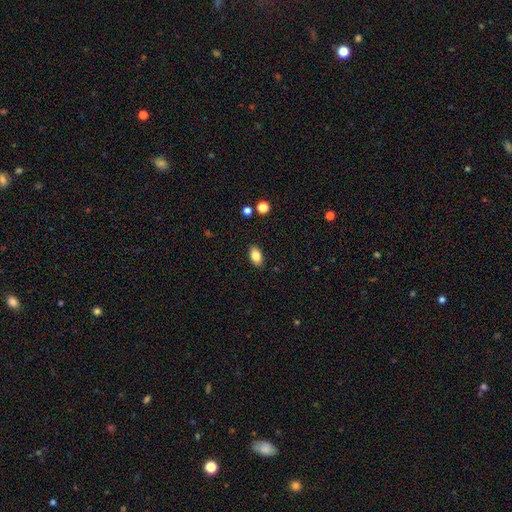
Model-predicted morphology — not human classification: smooth_or_featured: smooth (p=0.84) [alt: star or artifact p=0.09]
how_rounded: in between (p=0.90) [alt: round p=0.09]
merging: none (p=0.88) [alt: minor disturbance p=0.09]